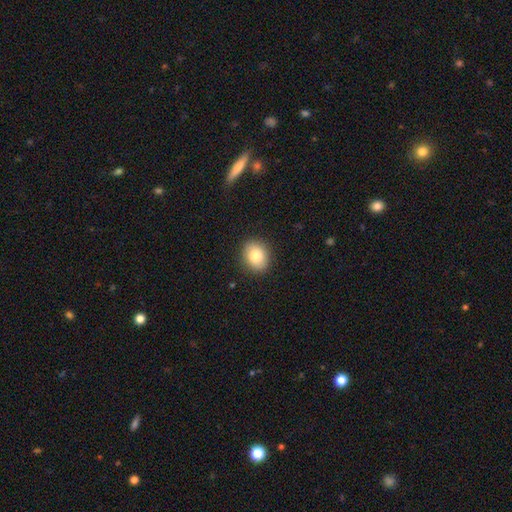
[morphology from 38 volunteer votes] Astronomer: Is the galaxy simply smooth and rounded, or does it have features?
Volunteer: smooth — 87%.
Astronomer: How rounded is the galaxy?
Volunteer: in between — 64%.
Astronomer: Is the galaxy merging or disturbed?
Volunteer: none — 85%.